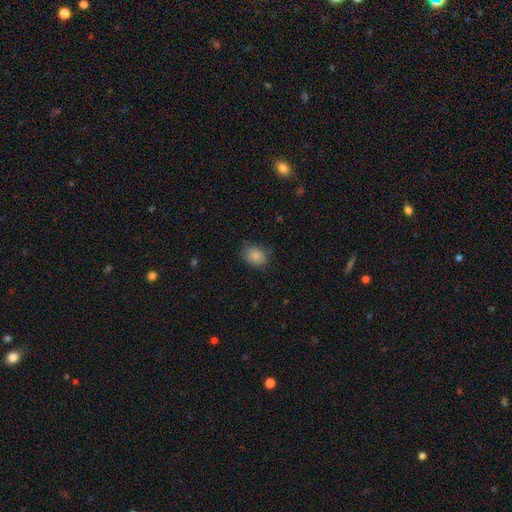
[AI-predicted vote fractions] This is clearly a smooth galaxy (86%). How rounded: possibly in between (56%). Merging: likely none (78%).